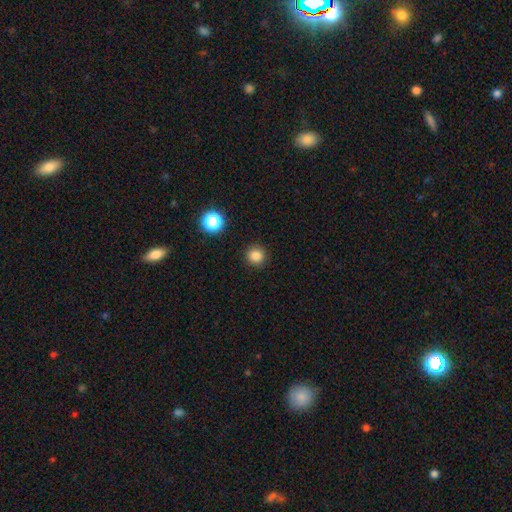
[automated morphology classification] A smooth galaxy with no disk features (83%) that is round (94%). Merging: none (92%).